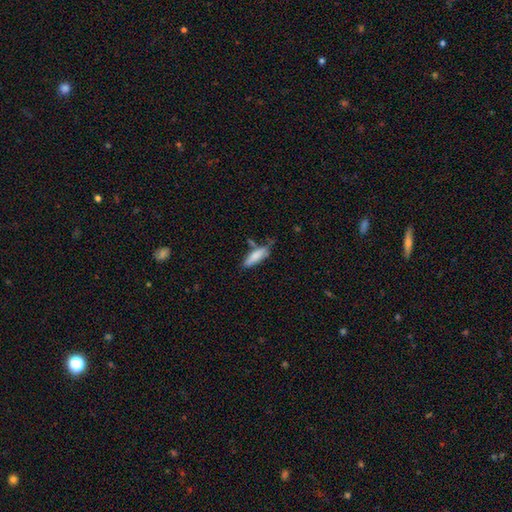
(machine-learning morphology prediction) type=smooth (82%); roundness=cigar-shaped (51%); merging=none (59%).